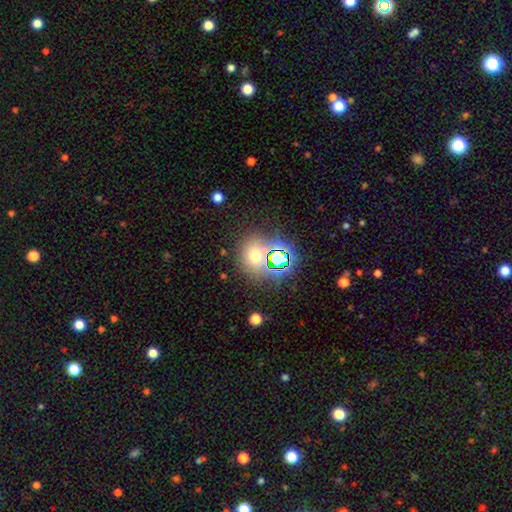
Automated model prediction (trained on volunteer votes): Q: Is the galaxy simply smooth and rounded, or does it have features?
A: smooth — 56%.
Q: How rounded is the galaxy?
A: round — 74%.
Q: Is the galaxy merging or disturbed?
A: none — 66%.